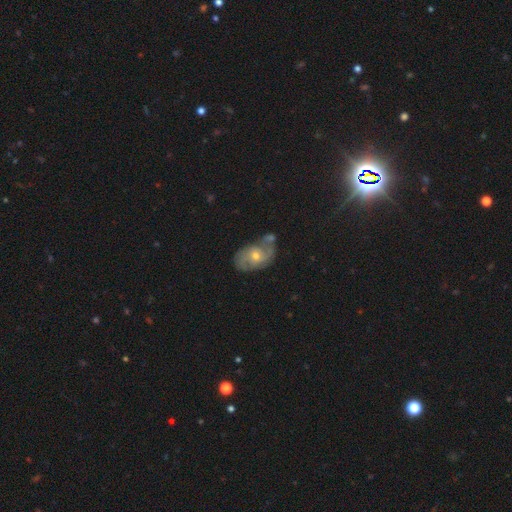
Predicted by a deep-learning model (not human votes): Smooth or featured? Predicted: featured or disk (p=0.69). Edge-on disk? Predicted: no (p=0.96). Bar? Predicted: no (p=0.67). Spiral arms? Predicted: yes (p=0.86). Spiral winding? Predicted: medium (p=0.44). Spiral arm count? Predicted: 2 (p=0.54). Bulge size? Predicted: moderate (p=0.51). Merging? Predicted: none (p=0.46).